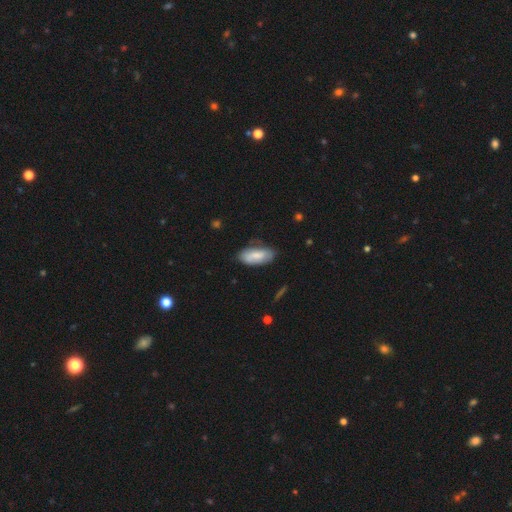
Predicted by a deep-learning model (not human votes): Overall: smooth (73%). How rounded: in between (89%). Merging: none (66%).